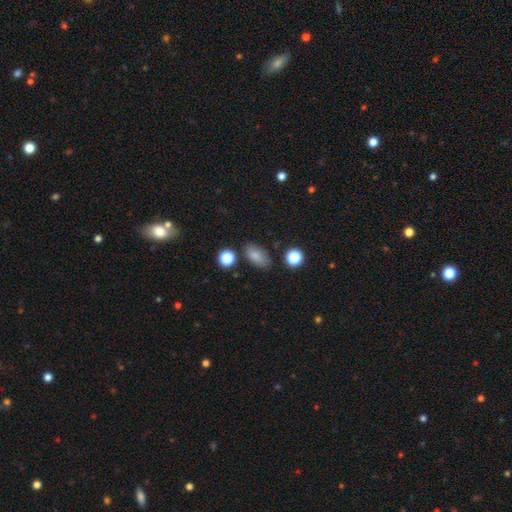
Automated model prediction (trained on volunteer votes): A smooth galaxy with no disk features (82%) that is in between round and cigar-shaped (88%). Merging: none (80%).